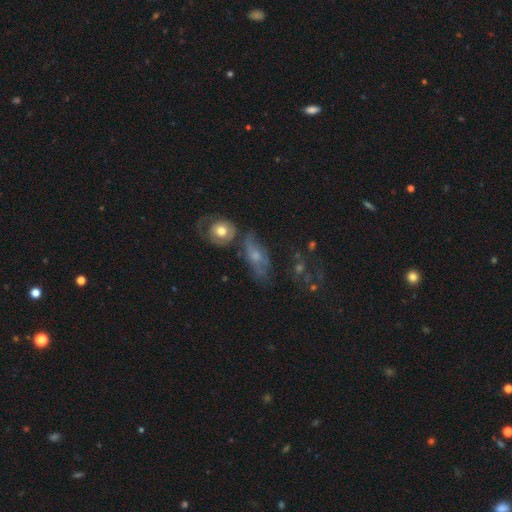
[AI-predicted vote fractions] smooth_or_featured: featured or disk (p=0.46) [alt: smooth p=0.43]
merging: none (p=0.41) [alt: minor disturbance p=0.24]